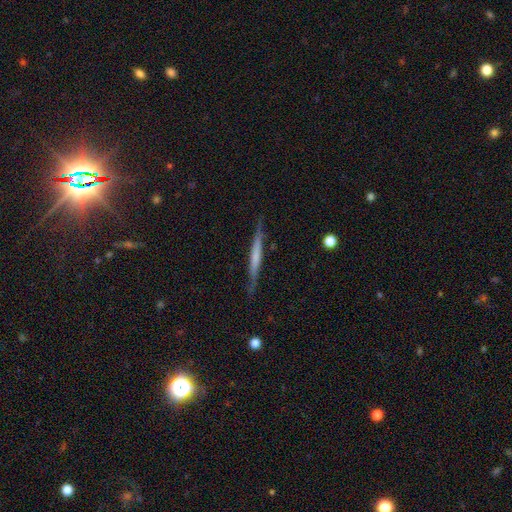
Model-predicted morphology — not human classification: smooth-or-featured: featured or disk: 54% | smooth: 41% | star or artifact: 5%
  disk-edge-on: yes: 96% | no: 4%
    edge-on-bulge: none: 69% | rounded: 17% | boxy: 14%
  merging: none: 84% | minor disturbance: 12% | major disturbance: 3% | merger: 2%